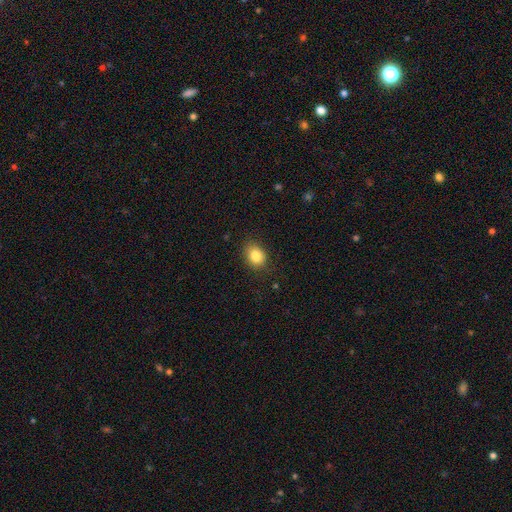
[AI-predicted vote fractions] smooth-or-featured: smooth: 84% | star or artifact: 10% | featured or disk: 6%
  how-rounded: in between: 55% | round: 45% | cigar-shaped: 1%
  merging: none: 83% | minor disturbance: 12% | major disturbance: 3% | merger: 1%